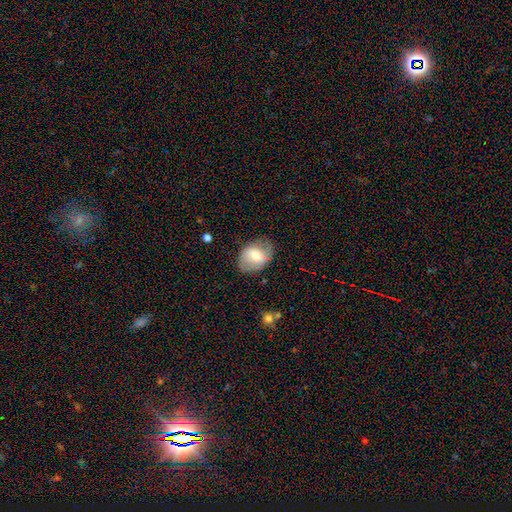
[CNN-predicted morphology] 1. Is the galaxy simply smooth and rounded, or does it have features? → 55% smooth, 37% featured or disk, 7% star or artifact.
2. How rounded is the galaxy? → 69% in between, 30% round, 1% cigar-shaped.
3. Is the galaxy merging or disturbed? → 74% none, 19% minor disturbance, 6% major disturbance, 1% merger.